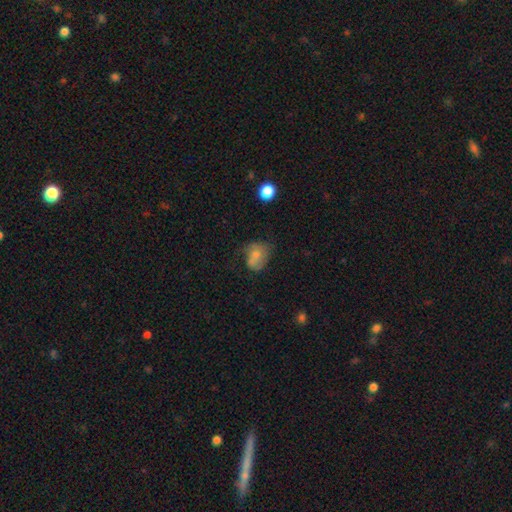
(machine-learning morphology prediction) Q: Smooth or featured?
A: smooth (66%); runner-up: featured or disk (23%)
Q: How rounded?
A: in between (58%); runner-up: round (41%)
Q: Merging?
A: none (36%); runner-up: minor disturbance (30%)